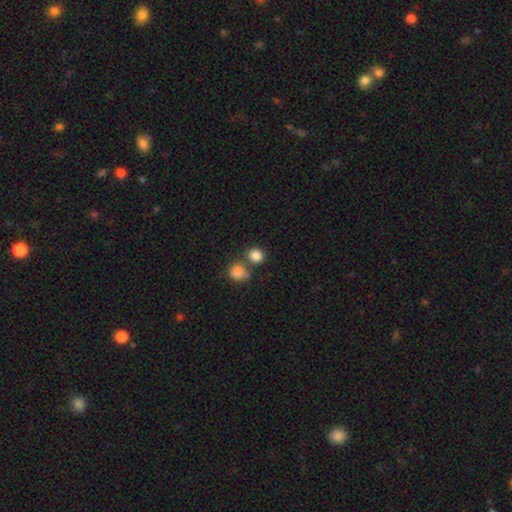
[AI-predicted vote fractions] This appears to be a smooth galaxy with no disk features (85%) that is round (80%). Merging: none (57%).